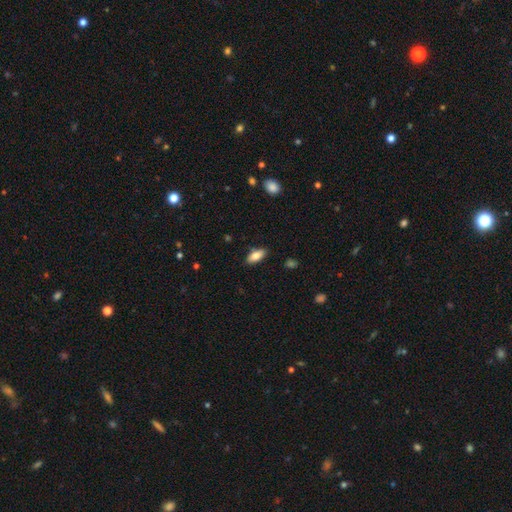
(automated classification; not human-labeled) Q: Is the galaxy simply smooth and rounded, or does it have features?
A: smooth — 79%.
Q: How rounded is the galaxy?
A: in between — 84%.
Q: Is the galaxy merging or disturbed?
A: none — 85%.